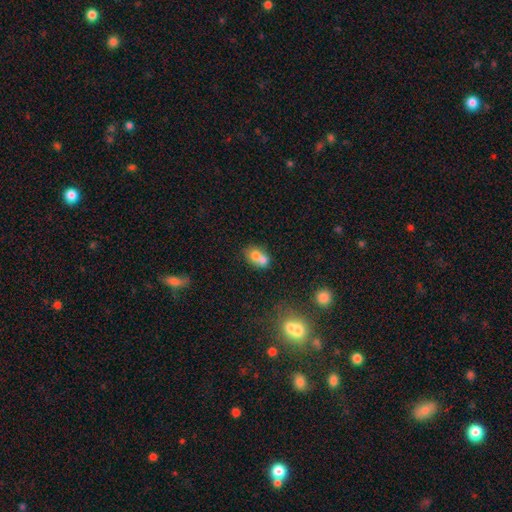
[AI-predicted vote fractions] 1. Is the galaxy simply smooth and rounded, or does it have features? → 69% smooth, 21% featured or disk, 10% star or artifact.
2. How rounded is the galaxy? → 51% round, 48% in between, 1% cigar-shaped.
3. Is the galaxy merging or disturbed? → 68% merger, 23% none, 7% minor disturbance, 3% major disturbance.